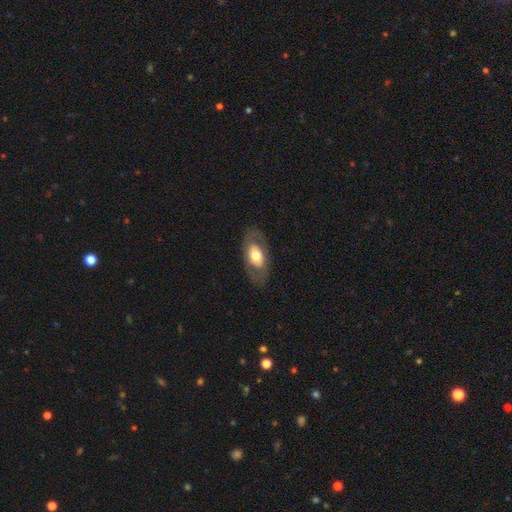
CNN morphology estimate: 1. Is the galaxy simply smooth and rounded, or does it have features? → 49% smooth, 45% featured or disk, 6% star or artifact.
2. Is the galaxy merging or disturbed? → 78% none, 13% minor disturbance, 8% major disturbance, 1% merger.